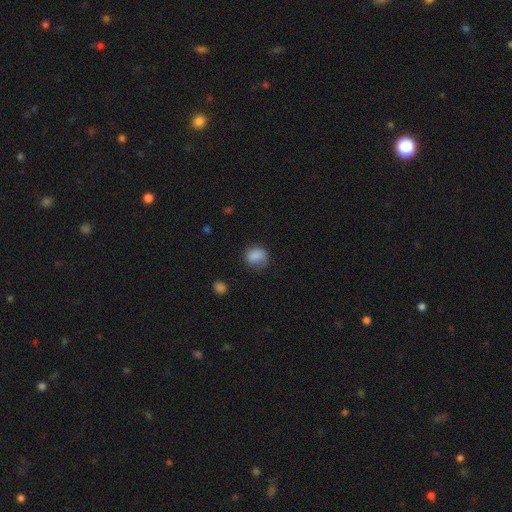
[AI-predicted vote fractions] A smooth galaxy with no disk features (83%) that is round (60%). Merging: none (58%).